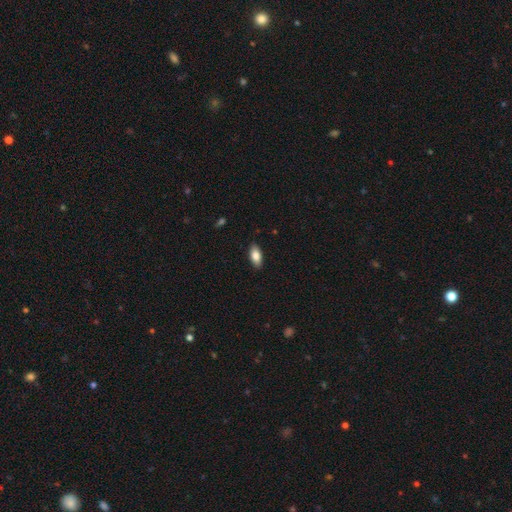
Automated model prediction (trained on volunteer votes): Overall: smooth (83%). How rounded: in between (89%). Merging: none (88%).